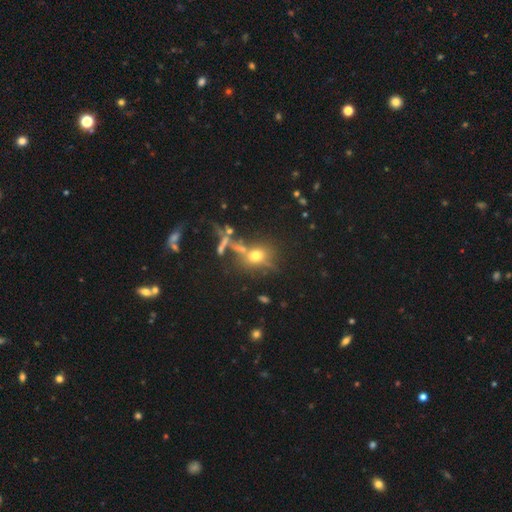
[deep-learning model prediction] This is likely a smooth galaxy (62%). How rounded: likely round (64%). Merging: possibly none (57%).